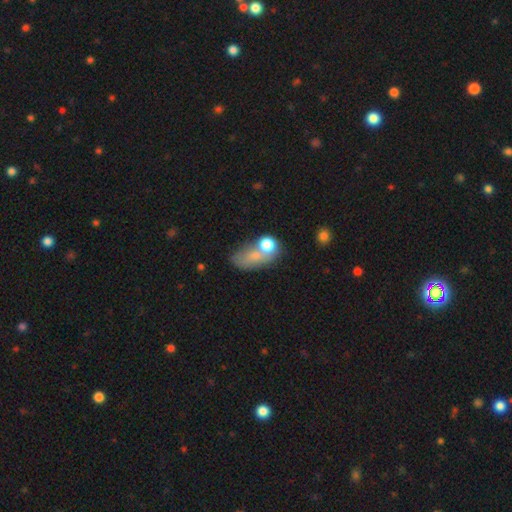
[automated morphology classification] This is likely a smooth galaxy (64%). How rounded: likely in between (73%). Merging: marginally merger (38%).